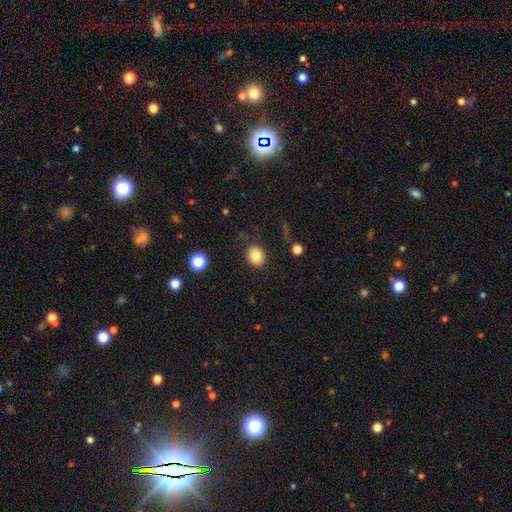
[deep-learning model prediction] Overall: smooth (84%). How rounded: round (58%; in between 42%). Merging: none (86%).